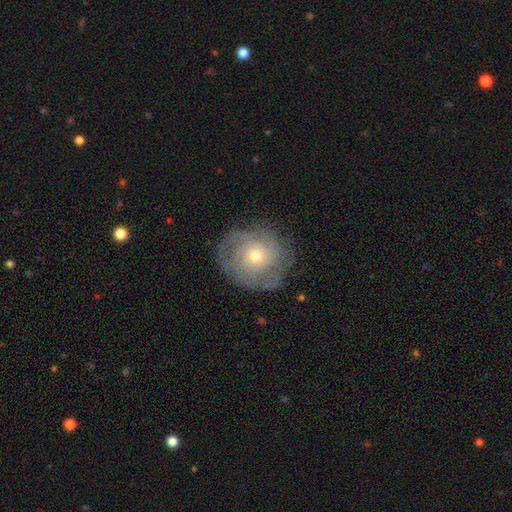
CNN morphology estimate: This is likely a featured or disk galaxy (65%). It is clearly not viewed edge-on (97%). Bar: clearly no (83%). Spiral arm pattern: clearly yes (81%). Spiral arm count: possibly can't tell (49%). Spiral winding: likely tight (64%). Central bulge: possibly moderate (51%). Merging: likely none (76%).